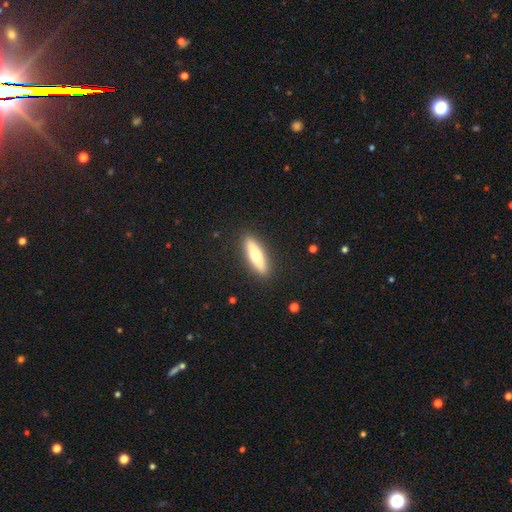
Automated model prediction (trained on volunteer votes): smooth-or-featured: smooth: 53% | featured or disk: 41% | star or artifact: 6%
  how-rounded: cigar-shaped: 67% | in between: 31% | round: 2%
  merging: none: 90% | minor disturbance: 7% | major disturbance: 2% | merger: 1%